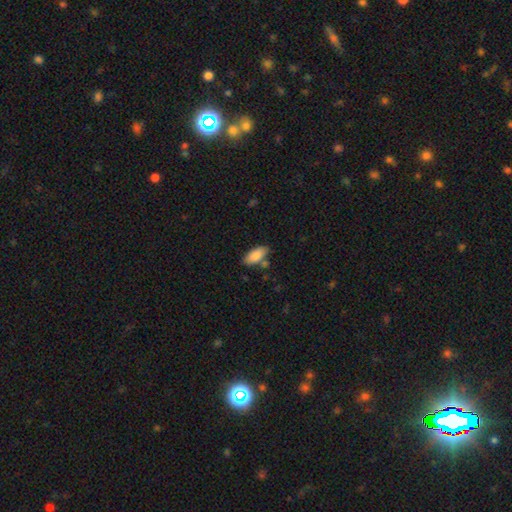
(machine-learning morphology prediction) A smooth galaxy with no disk features (87%) that is in between round and cigar-shaped (88%).

Vote fractions:
- Smooth or featured? smooth: 87% / featured or disk: 7% / star or artifact: 6%
- How rounded? in between: 88% / cigar-shaped: 10% / round: 2%
- Merging? none: 74% / minor disturbance: 15% / merger: 8% / major disturbance: 3%